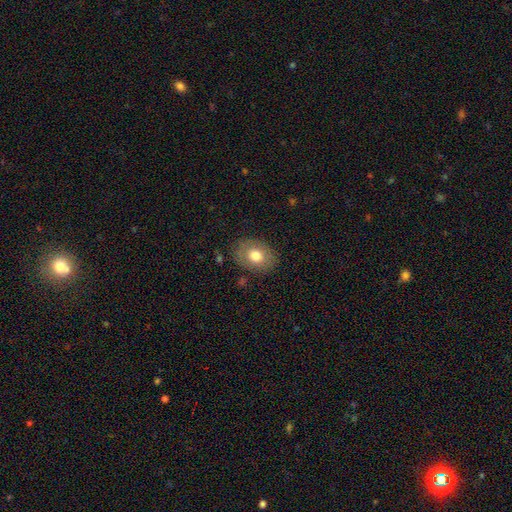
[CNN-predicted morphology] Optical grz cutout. It shows a smooth galaxy with no disk features (71%) that is in between round and cigar-shaped (68%). Merging: none (82%).